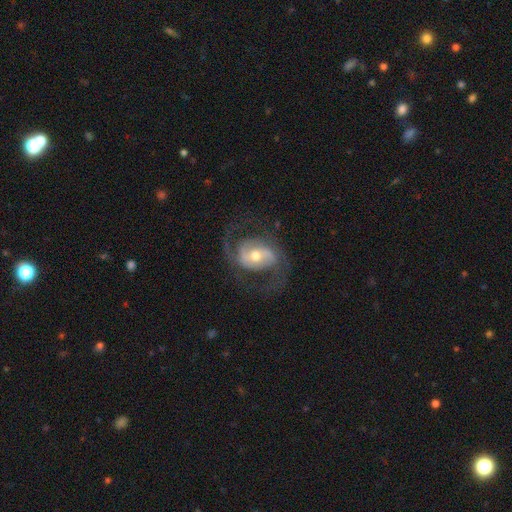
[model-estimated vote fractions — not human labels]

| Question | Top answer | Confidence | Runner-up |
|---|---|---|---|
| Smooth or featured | featured or disk | 86% | smooth (9%) |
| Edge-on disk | no | 97% | yes (3%) |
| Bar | weak | 40% | no (35%) |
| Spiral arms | yes | 94% | no (6%) |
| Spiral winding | medium | 54% | loose (28%) |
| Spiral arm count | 2 | 89% | can't tell (4%) |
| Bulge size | moderate | 60% | small (31%) |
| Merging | none | 71% | major disturbance (15%) |